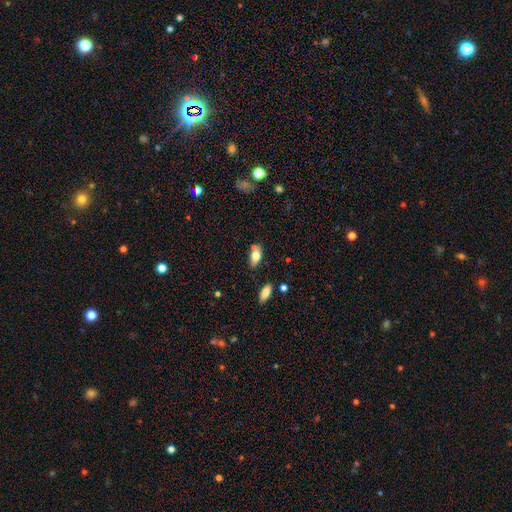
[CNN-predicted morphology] This appears to be a smooth galaxy with no disk features (74%) that is in between round and cigar-shaped (86%). Merging: none (66%).